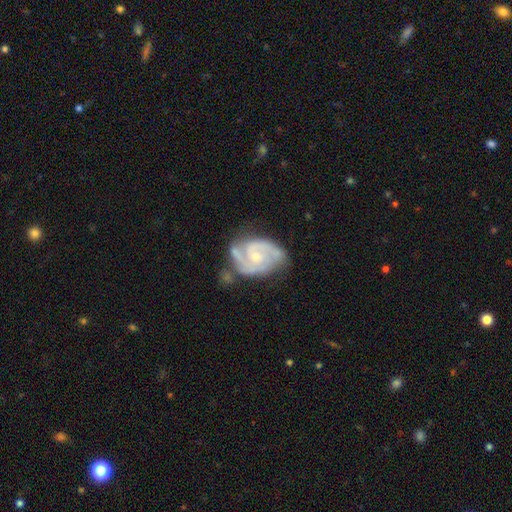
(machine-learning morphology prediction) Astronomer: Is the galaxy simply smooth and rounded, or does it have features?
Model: featured or disk — 88%.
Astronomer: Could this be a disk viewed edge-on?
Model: no — 98%.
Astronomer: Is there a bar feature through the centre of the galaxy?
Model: no — 60%.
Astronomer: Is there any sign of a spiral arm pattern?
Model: yes — 97%.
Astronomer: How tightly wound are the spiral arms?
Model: tight — 49% (runner-up: medium, 43%).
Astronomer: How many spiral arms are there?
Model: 2 — 59%.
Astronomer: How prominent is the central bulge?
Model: small — 57% (runner-up: moderate, 39%).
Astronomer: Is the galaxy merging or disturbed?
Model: none — 56%.